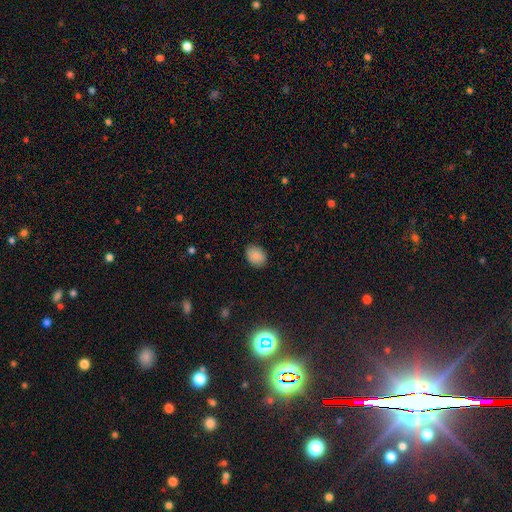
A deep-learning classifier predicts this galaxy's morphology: Smooth or featured?
  - smooth: 86% *
  - star or artifact: 10%
  - featured or disk: 5%
How rounded?
  - in between: 69% *
  - round: 30%
  - cigar-shaped: 1%
Merging?
  - none: 86% *
  - minor disturbance: 11%
  - major disturbance: 3%
  - merger: 1%